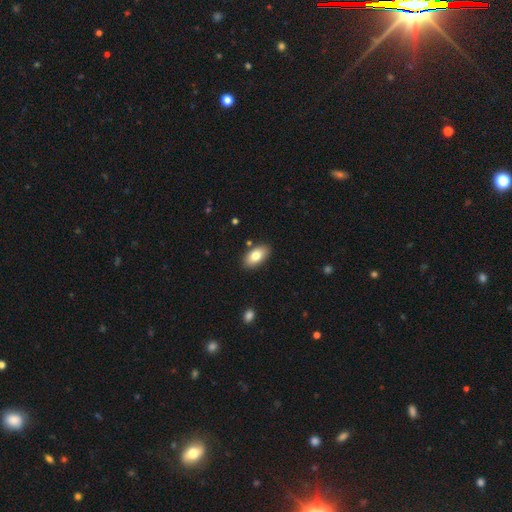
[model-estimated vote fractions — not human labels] Overall: smooth (80%). How rounded: in between (93%). Merging: none (85%).